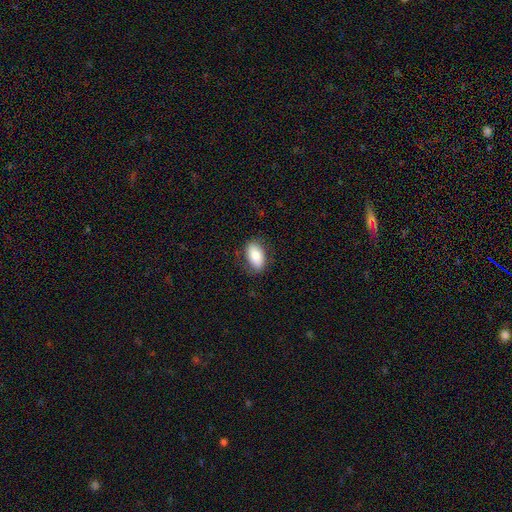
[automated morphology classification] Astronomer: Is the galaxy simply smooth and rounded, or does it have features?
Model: smooth — 80%.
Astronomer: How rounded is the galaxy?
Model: in between — 92%.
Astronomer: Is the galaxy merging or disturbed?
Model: none — 80%.